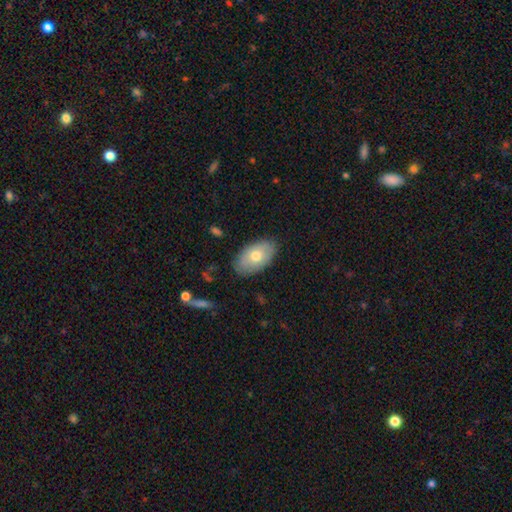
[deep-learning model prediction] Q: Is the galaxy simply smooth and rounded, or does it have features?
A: smooth — 70%.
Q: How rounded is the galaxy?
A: in between — 94%.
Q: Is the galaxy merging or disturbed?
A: none — 83%.